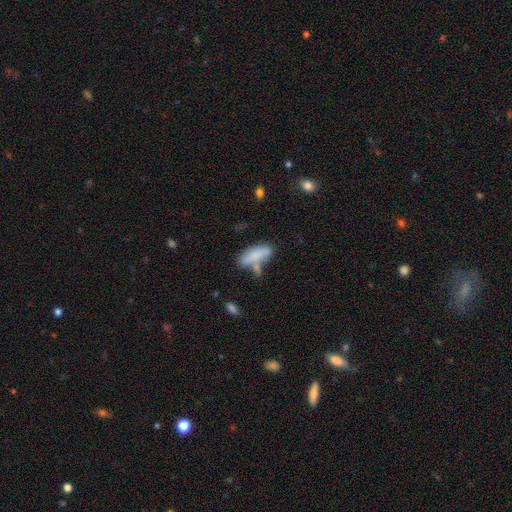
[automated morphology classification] Smooth or featured?
  - smooth: 76% *
  - featured or disk: 16%
  - star or artifact: 8%
How rounded?
  - in between: 60% *
  - cigar-shaped: 38%
  - round: 2%
Merging?
  - none: 44% *
  - merger: 27%
  - minor disturbance: 20%
  - major disturbance: 9%